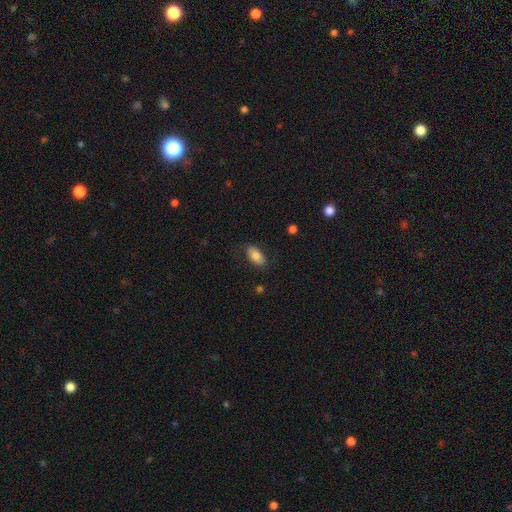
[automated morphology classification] smooth 77%, featured or disk 16%, star or artifact 7%. Down the decision tree: how rounded — in between (92%); merging — none (77%).